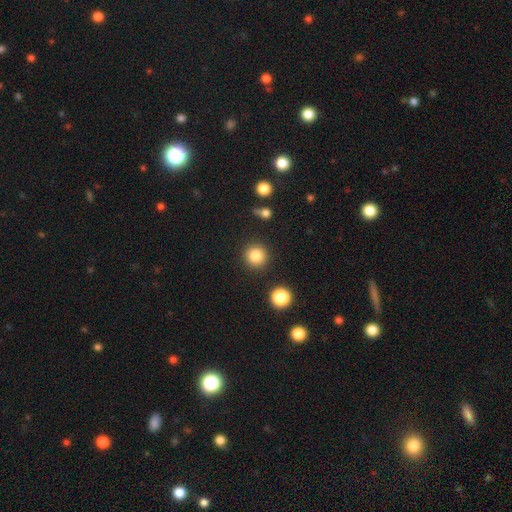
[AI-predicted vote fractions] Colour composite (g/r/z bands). It shows a smooth galaxy with no disk features (84%) that is round (94%). Merging: none (89%).